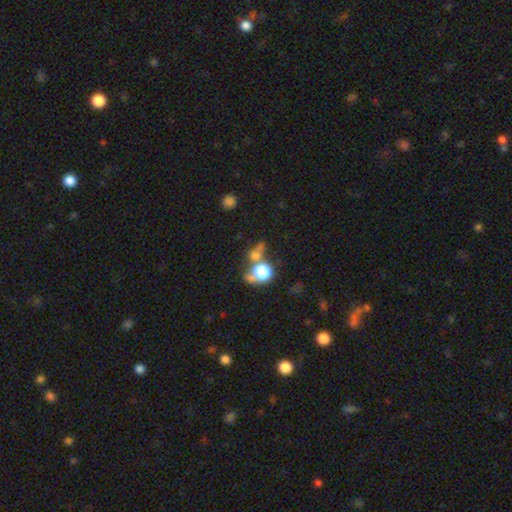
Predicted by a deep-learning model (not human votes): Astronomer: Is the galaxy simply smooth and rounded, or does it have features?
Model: smooth — 63%.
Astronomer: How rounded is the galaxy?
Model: round — 75%.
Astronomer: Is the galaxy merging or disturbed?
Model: merger — 41% (runner-up: none, 39%).